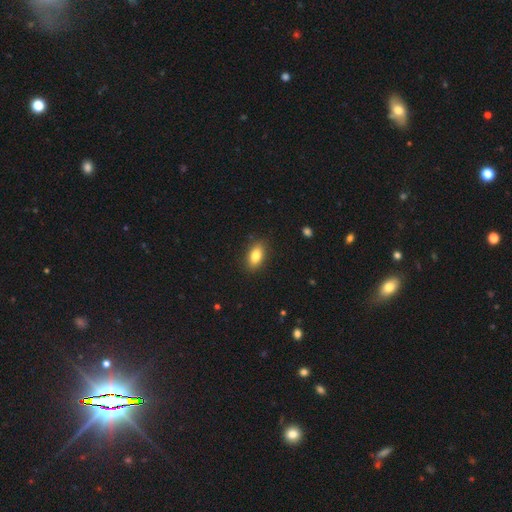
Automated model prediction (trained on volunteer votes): This is clearly a smooth galaxy (83%). How rounded: clearly in between (88%). Merging: clearly none (88%).